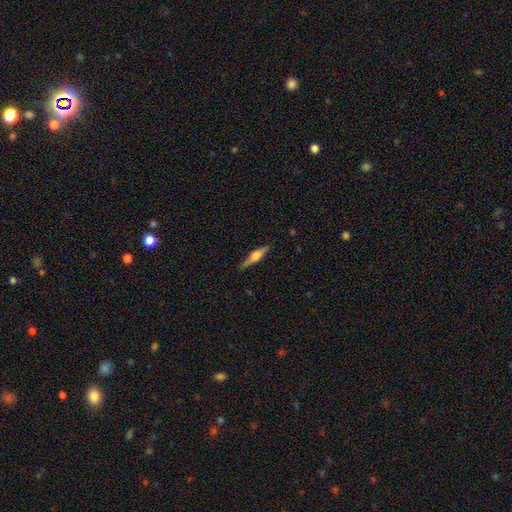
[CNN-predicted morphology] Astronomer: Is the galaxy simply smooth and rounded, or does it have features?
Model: featured or disk — 67%.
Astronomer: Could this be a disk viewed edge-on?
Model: yes — 97%.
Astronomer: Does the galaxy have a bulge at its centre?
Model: rounded — 86%.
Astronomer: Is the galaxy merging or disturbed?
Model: none — 87%.